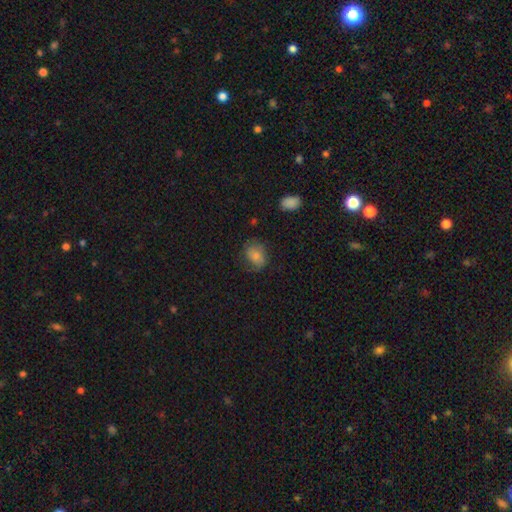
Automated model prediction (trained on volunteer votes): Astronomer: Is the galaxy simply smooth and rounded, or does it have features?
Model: smooth — 70%.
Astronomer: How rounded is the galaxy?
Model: in between — 57% (runner-up: round, 42%).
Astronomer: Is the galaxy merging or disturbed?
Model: none — 66%.